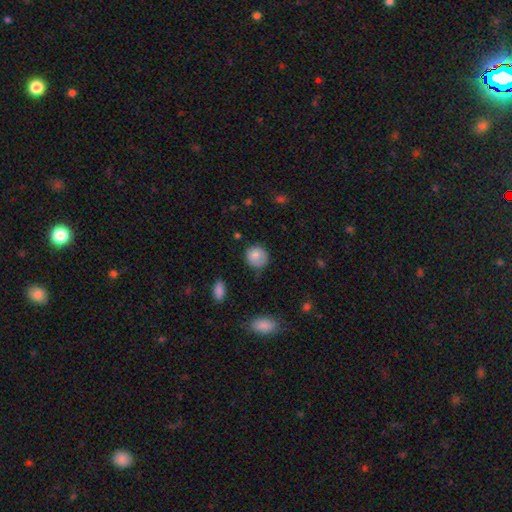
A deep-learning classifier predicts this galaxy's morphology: Overall: smooth (83%). How rounded: round (80%). Merging: none (68%).